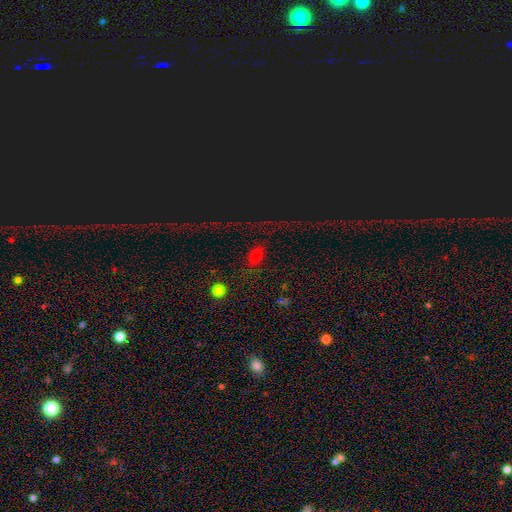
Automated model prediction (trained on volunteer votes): A smooth galaxy with no disk features (53%) that is in between round and cigar-shaped (65%). Merging: none (74%).